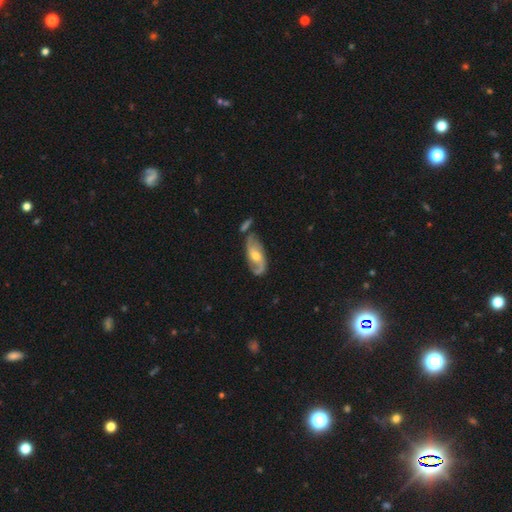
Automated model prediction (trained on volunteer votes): Overall: featured or disk (76%). Edge-on disk: no (93%). Bar: no (52%; weak 36%). Spiral arms: yes (91%). Spiral arm count: 2 (82%). Spiral winding: loose (42%; medium 40%). Bulge size: moderate (64%; small 29%). Merging: none (59%; minor disturbance 21%).